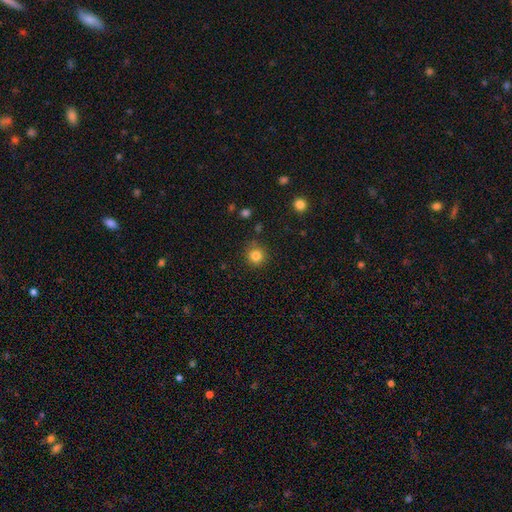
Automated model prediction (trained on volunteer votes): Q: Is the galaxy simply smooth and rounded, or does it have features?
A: smooth — 82%.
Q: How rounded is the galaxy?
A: round — 93%.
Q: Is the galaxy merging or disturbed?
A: none — 85%.